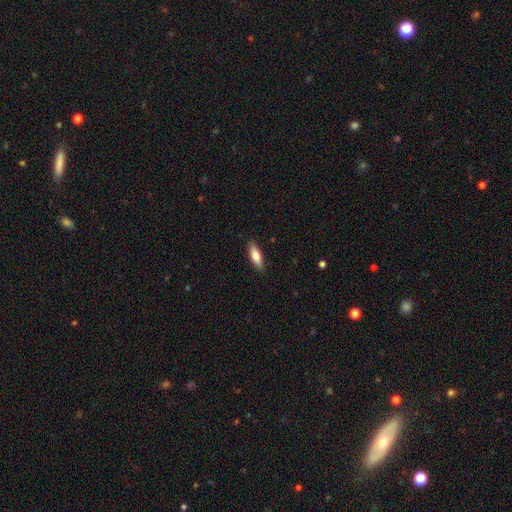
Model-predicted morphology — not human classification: Smooth or featured? smooth (72%)
How rounded? in between (50%)
Merging? none (88%)